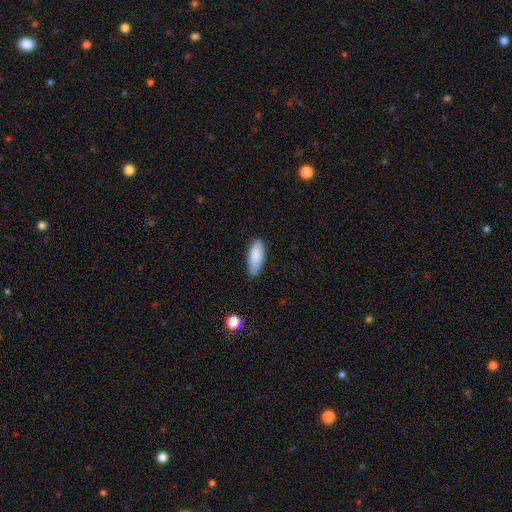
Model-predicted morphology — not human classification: This is clearly a smooth galaxy (87%). How rounded: likely in between (76%). Merging: likely none (75%).